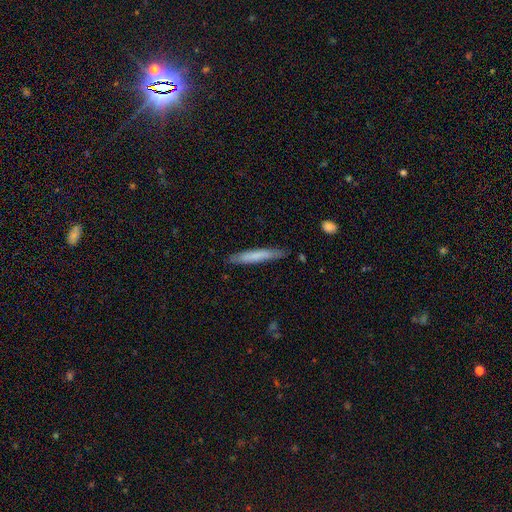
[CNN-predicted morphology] smooth-or-featured: smooth: 68% | featured or disk: 27% | star or artifact: 5%
  how-rounded: cigar-shaped: 95% | in between: 4% | round: 1%
  merging: none: 83% | minor disturbance: 14% | major disturbance: 2% | merger: 2%